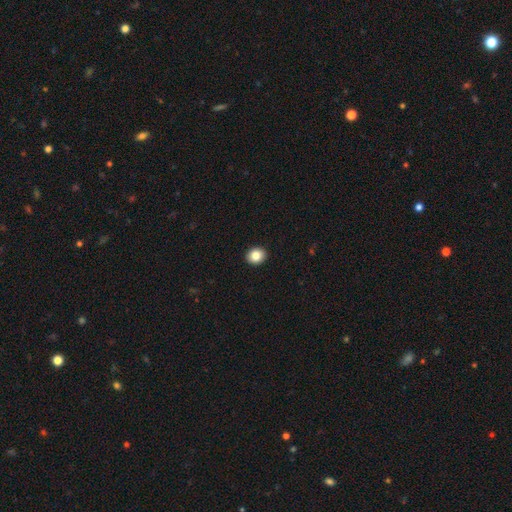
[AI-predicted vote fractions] smooth_or_featured: smooth (p=0.85) [alt: star or artifact p=0.09]
how_rounded: round (p=0.71) [alt: in between p=0.28]
merging: none (p=0.93) [alt: minor disturbance p=0.05]